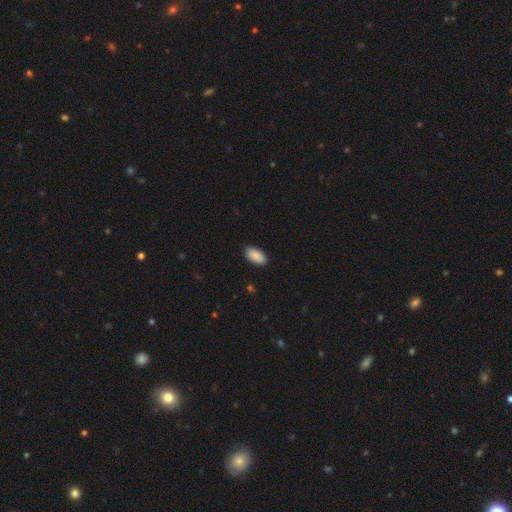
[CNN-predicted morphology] type=smooth (91%); roundness=in between (95%); merging=none (89%).